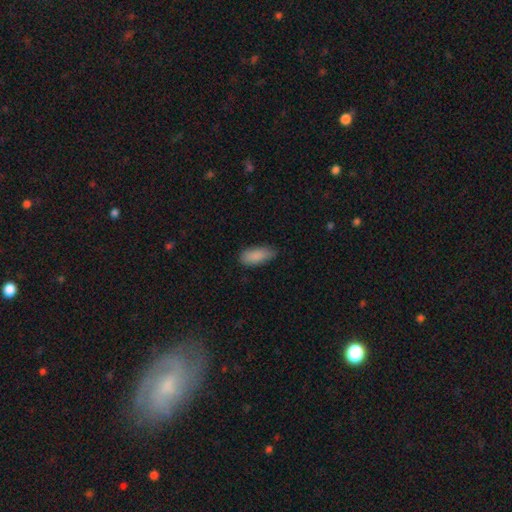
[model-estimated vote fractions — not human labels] Smooth or featured?
  - smooth: 88% *
  - star or artifact: 7%
  - featured or disk: 5%
How rounded?
  - in between: 84% *
  - cigar-shaped: 14%
  - round: 2%
Merging?
  - none: 69% *
  - minor disturbance: 26%
  - major disturbance: 4%
  - merger: 1%